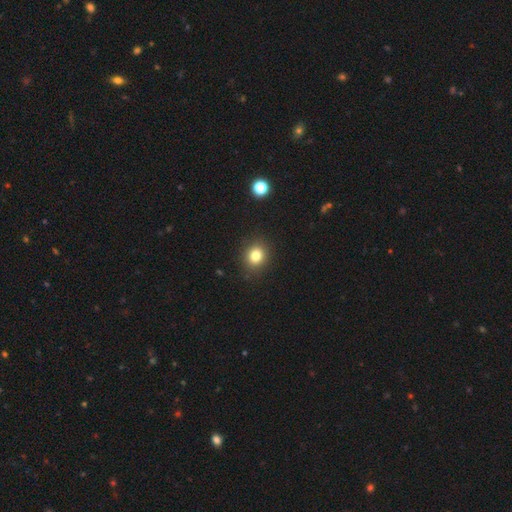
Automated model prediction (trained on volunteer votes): A smooth galaxy with no disk features (81%) that is round (75%).

Vote fractions:
- Smooth or featured? smooth: 81% / star or artifact: 12% / featured or disk: 7%
- How rounded? round: 75% / in between: 24% / cigar-shaped: 1%
- Merging? none: 89% / minor disturbance: 7% / major disturbance: 2% / merger: 1%